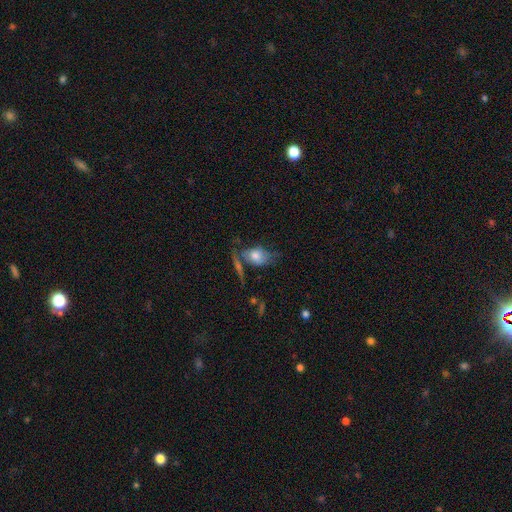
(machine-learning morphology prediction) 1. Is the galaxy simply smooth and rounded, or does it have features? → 59% smooth, 32% featured or disk, 9% star or artifact.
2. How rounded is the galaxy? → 78% in between, 17% round, 4% cigar-shaped.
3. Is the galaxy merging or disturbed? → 41% none, 26% minor disturbance, 20% major disturbance, 13% merger.